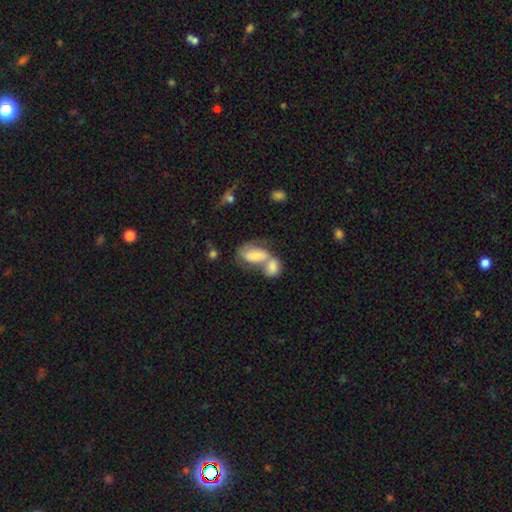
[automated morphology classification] Smooth or featured? Predicted: smooth (p=0.61). How rounded? Predicted: in between (p=0.89). Merging? Predicted: merger (p=0.67).